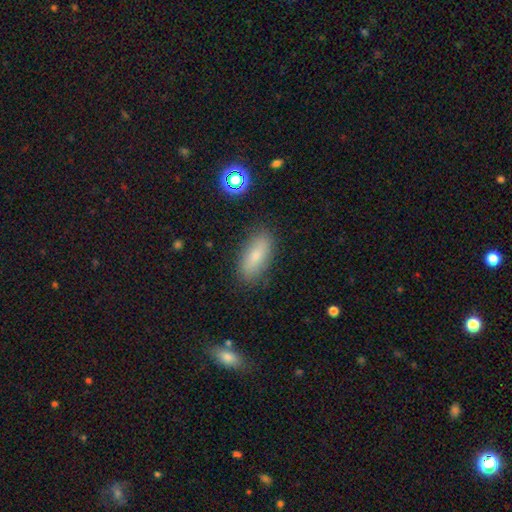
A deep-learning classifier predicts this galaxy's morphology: This appears to be a smooth galaxy with no disk features (76%) that is in between round and cigar-shaped (80%). Merging: none (84%).